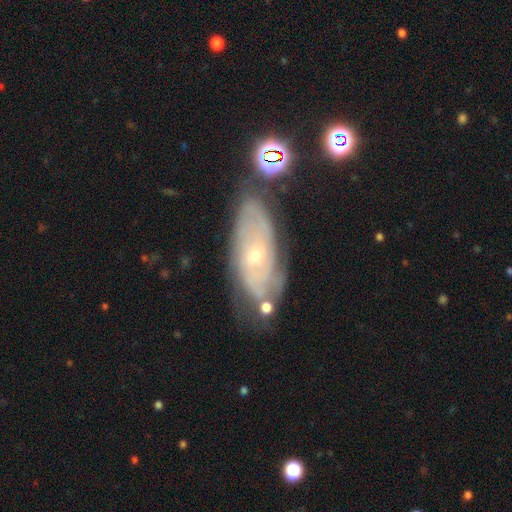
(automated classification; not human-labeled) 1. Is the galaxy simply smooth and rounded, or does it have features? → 74% featured or disk, 17% smooth, 9% star or artifact.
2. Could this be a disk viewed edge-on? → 89% no, 11% yes.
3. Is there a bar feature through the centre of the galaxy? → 76% no, 20% weak, 4% strong.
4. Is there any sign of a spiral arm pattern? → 86% yes, 14% no.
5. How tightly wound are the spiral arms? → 66% tight, 26% medium, 8% loose.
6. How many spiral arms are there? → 57% can't tell, 20% 2, 10% 3, 6% 4, 4% more than 4, 4% 1.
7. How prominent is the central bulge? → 70% small, 26% moderate, 1% none, 1% large, 1% dominant.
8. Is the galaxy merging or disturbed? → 66% none, 21% minor disturbance, 7% major disturbance, 6% merger.